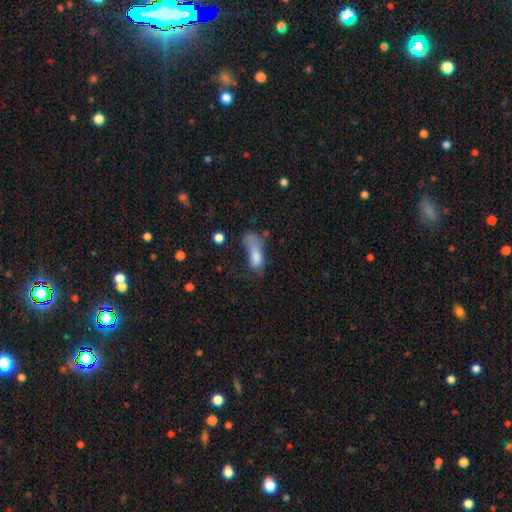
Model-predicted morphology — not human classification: type=smooth (68%); roundness=in between (70%); merging=major disturbance (48%).